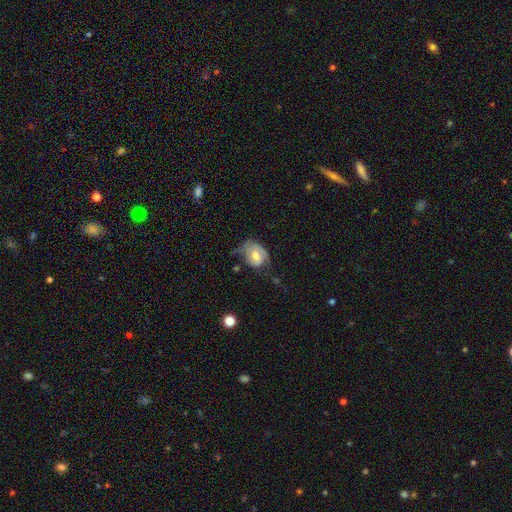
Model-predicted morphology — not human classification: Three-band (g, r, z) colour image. It shows a smooth galaxy with no disk features (50%). Merging: none (37%).